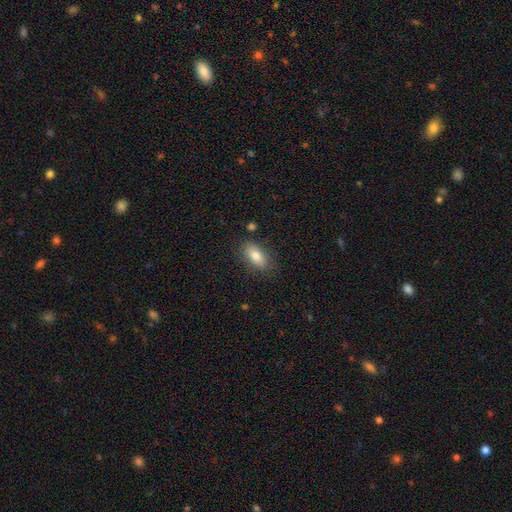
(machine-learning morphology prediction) Smooth or featured?
  - smooth: 81% *
  - featured or disk: 11%
  - star or artifact: 8%
How rounded?
  - in between: 89% *
  - cigar-shaped: 7%
  - round: 4%
Merging?
  - none: 81% *
  - minor disturbance: 13%
  - major disturbance: 3%
  - merger: 2%